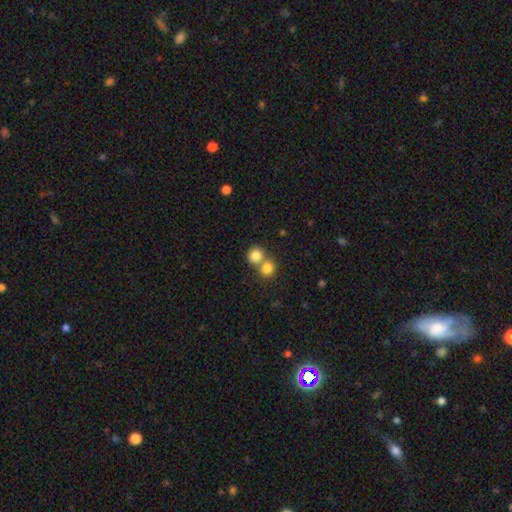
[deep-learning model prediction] Smooth or featured: smooth — 82% (star or artifact — 10%)
How rounded: round — 86% (in between — 13%)
Merging: merger — 49% (none — 43%)